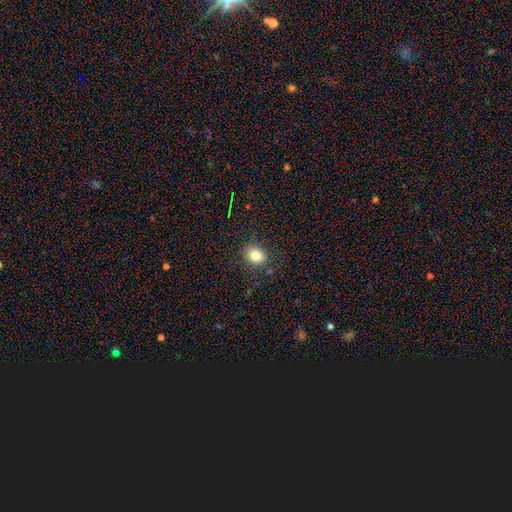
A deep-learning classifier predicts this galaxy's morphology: Smooth or featured?
  - smooth: 80% *
  - star or artifact: 13%
  - featured or disk: 7%
How rounded?
  - round: 67% *
  - in between: 32%
  - cigar-shaped: 1%
Merging?
  - none: 85% *
  - minor disturbance: 11%
  - major disturbance: 3%
  - merger: 2%